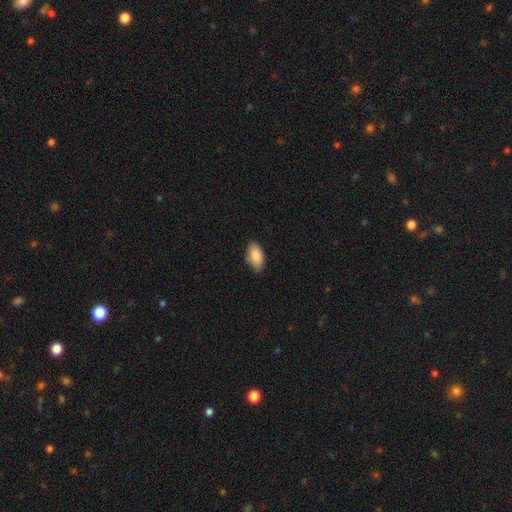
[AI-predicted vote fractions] Smooth or featured? Predicted: smooth (p=0.87). How rounded? Predicted: in between (p=0.94). Merging? Predicted: none (p=0.79).